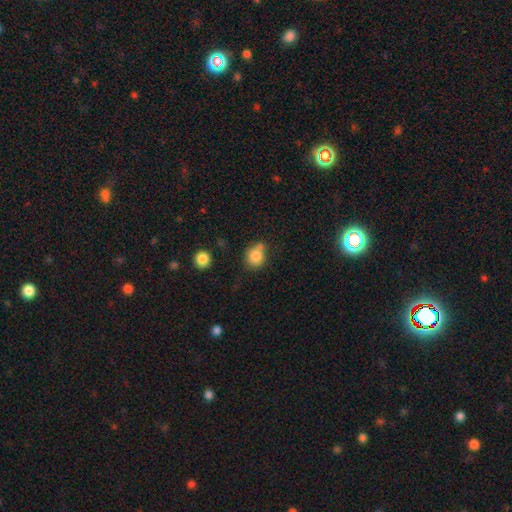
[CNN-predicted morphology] This appears to be a smooth galaxy with no disk features (82%) that is round (73%). Merging: none (57%).